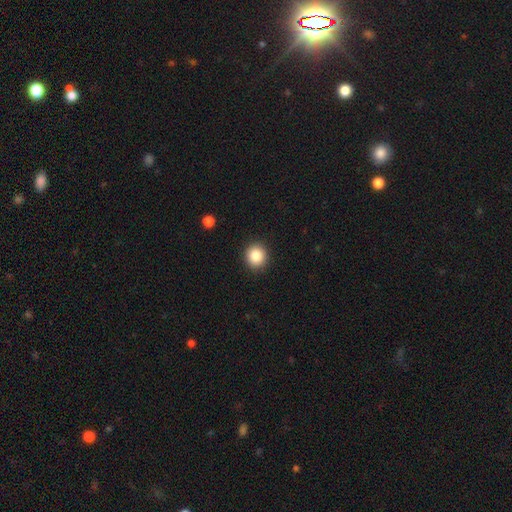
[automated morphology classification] smooth_or_featured: smooth (p=0.86) [alt: star or artifact p=0.10]
how_rounded: round (p=0.88) [alt: in between p=0.11]
merging: none (p=0.92) [alt: minor disturbance p=0.06]